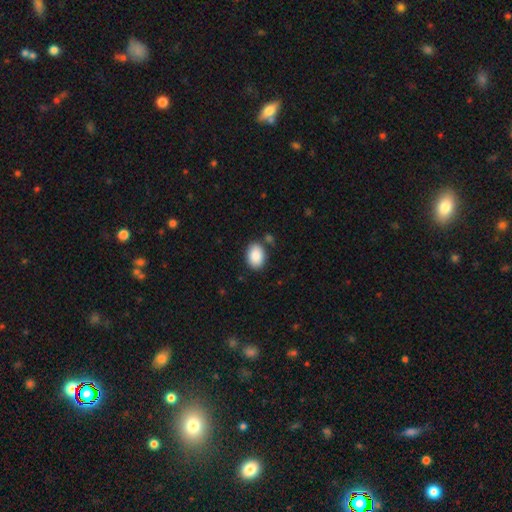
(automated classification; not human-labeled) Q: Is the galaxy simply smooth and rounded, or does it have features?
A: smooth — 88%.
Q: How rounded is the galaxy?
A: in between — 79%.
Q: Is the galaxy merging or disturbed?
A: none — 81%.